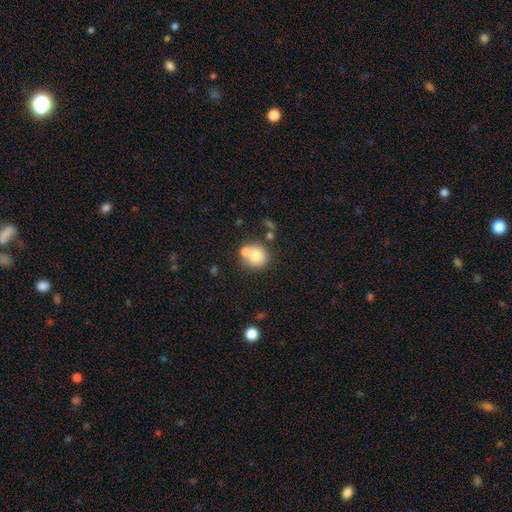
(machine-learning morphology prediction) This appears to be a smooth galaxy with no disk features (76%) that is round (86%). Merging: none (51%).